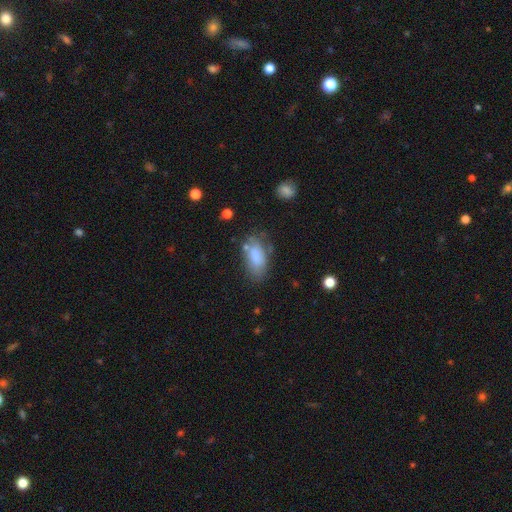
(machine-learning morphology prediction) This is likely a smooth galaxy (79%). How rounded: clearly in between (91%). Merging: possibly none (60%).